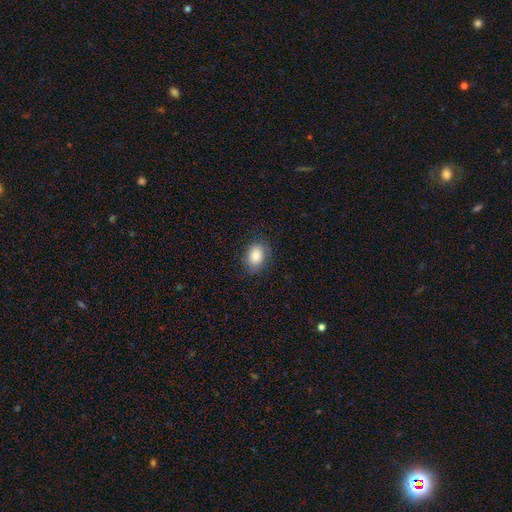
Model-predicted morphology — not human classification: This is clearly a smooth galaxy (87%). How rounded: likely in between (72%). Merging: clearly none (82%).